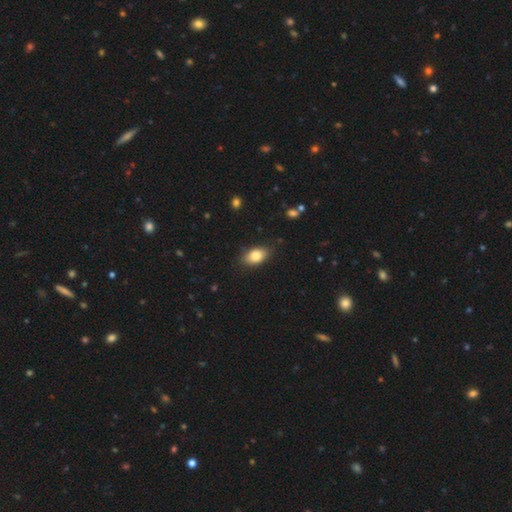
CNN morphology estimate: type=smooth (82%); roundness=in between (88%); merging=none (82%).